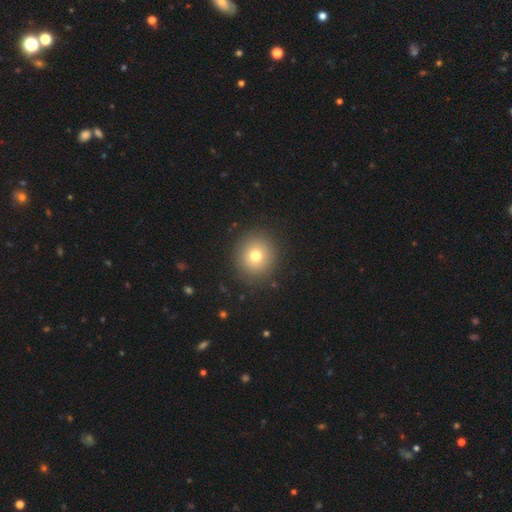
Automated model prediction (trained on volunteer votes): Smooth or featured? Predicted: smooth (p=0.75). How rounded? Predicted: round (p=0.90). Merging? Predicted: none (p=0.89).